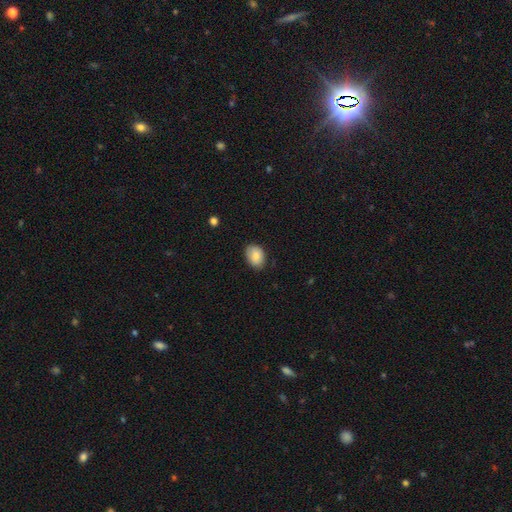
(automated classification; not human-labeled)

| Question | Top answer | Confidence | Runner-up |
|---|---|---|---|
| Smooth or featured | smooth | 85% | featured or disk (7%) |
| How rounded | in between | 79% | round (20%) |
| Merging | none | 81% | minor disturbance (15%) |